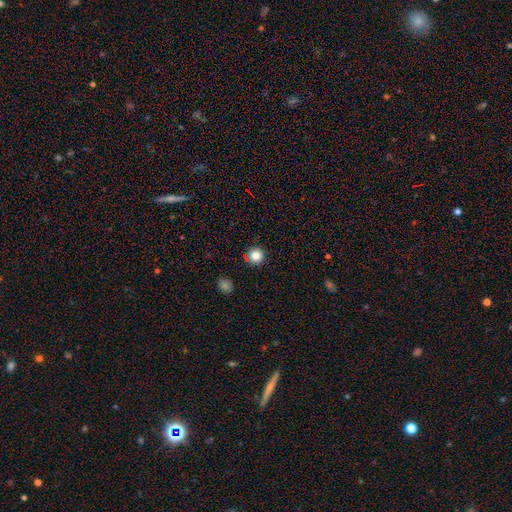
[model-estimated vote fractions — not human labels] This is clearly a smooth galaxy (82%). How rounded: clearly round (96%). Merging: clearly none (91%).